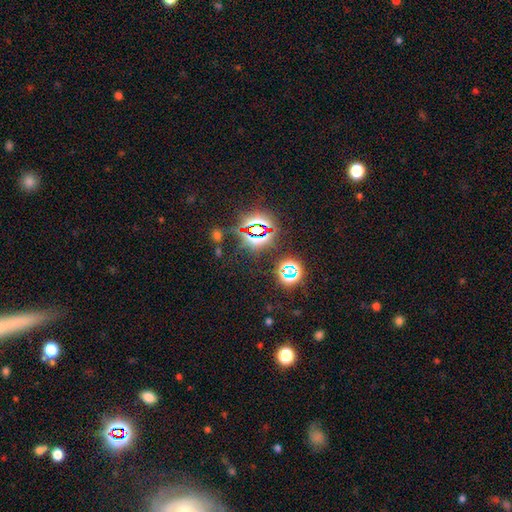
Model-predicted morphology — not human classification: This is likely a star or artifact rather than a galaxy (79%).